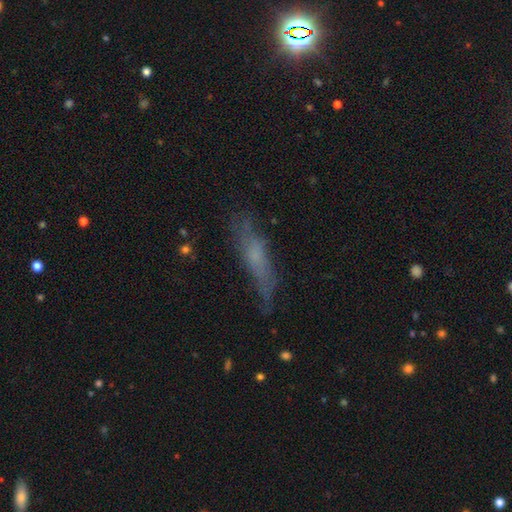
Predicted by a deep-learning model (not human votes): smooth_or_featured: smooth (p=0.49) [alt: featured or disk p=0.40]
merging: none (p=0.63) [alt: minor disturbance p=0.25]